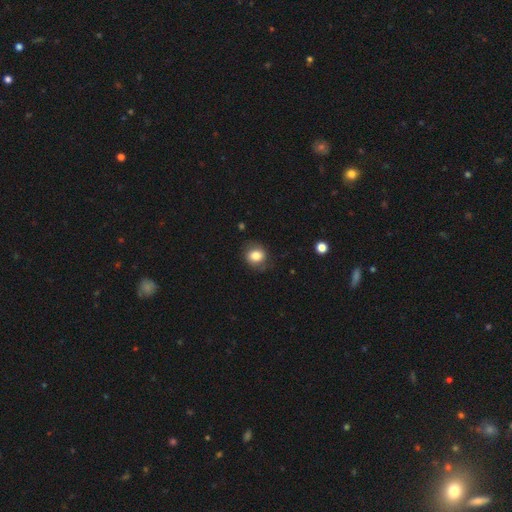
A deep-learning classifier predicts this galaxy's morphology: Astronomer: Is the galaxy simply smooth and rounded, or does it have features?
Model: smooth — 78%.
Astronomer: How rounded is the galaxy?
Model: round — 60% (runner-up: in between, 39%).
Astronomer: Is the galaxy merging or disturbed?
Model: none — 75%.